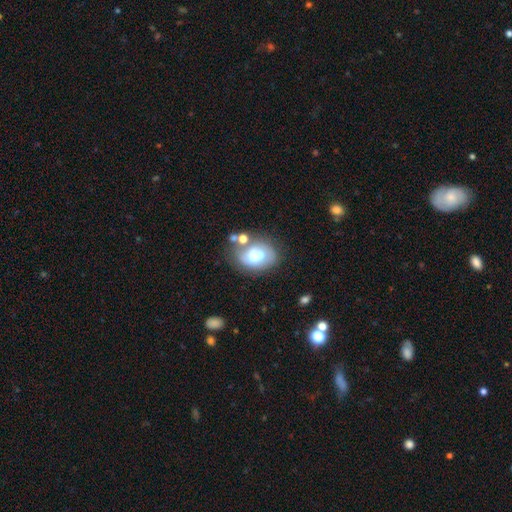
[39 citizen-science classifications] smooth-or-featured: smooth: 59% | featured or disk: 38% | star or artifact: 3%
  how-rounded: in between: 74% | round: 22% | cigar-shaped: 4%
  merging: none: 45% | minor disturbance: 32% | major disturbance: 21% | merger: 3%